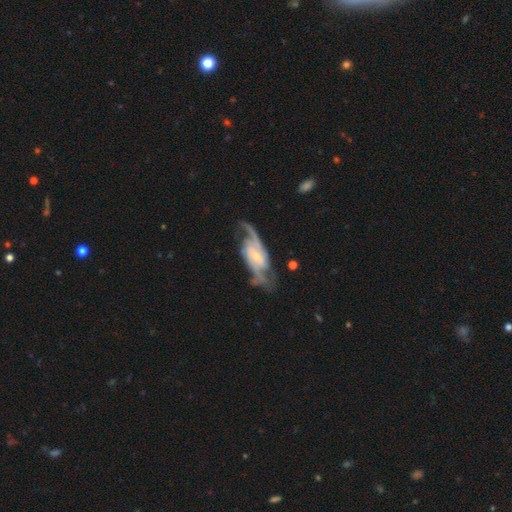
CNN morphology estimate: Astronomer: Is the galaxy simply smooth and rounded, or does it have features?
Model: featured or disk — 87%.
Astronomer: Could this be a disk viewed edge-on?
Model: no — 94%.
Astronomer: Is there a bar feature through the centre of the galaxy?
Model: no — 47% (runner-up: weak, 37%).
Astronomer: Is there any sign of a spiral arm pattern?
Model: yes — 95%.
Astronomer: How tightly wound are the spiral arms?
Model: medium — 47% (runner-up: loose, 31%).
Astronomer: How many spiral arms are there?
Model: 2 — 75%.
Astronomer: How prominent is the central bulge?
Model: small — 69%.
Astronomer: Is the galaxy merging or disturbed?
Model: none — 59%.